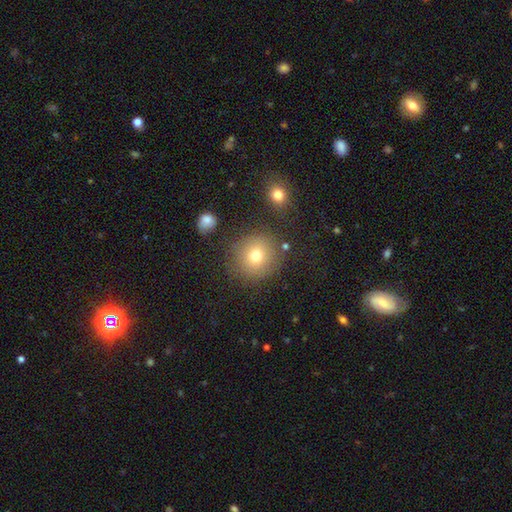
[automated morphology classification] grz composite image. It shows a smooth galaxy with no disk features (75%) that is round (90%). Merging: none (83%).